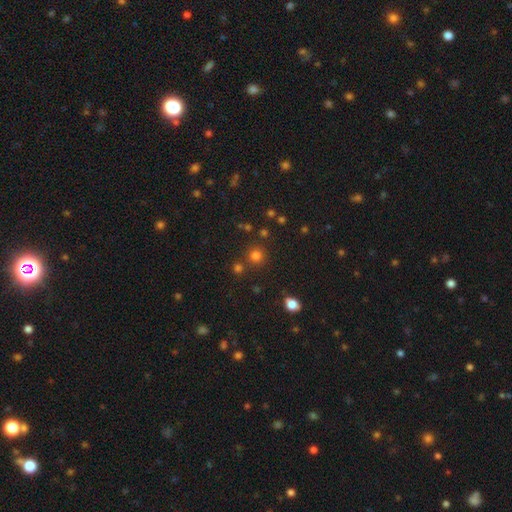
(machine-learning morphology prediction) Smooth or featured: smooth — 75% (star or artifact — 19%)
How rounded: round — 92% (in between — 7%)
Merging: none — 81% (merger — 9%)